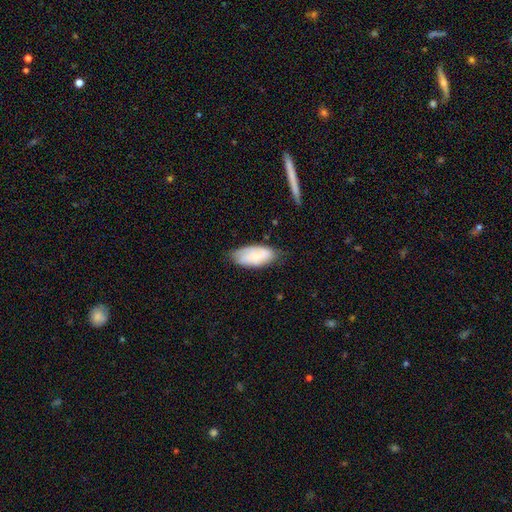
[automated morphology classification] This is possibly a smooth galaxy (60%). How rounded: clearly in between (91%). Merging: likely none (66%).